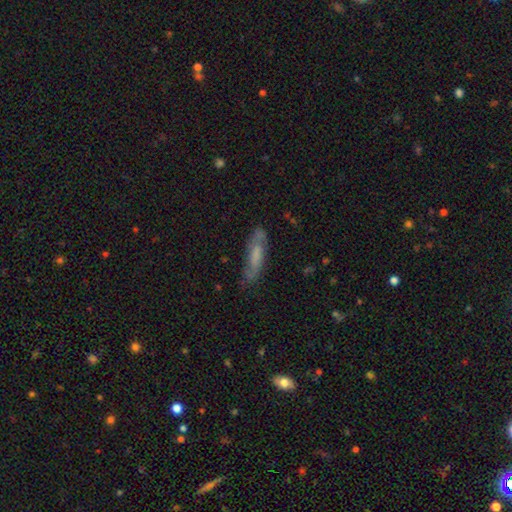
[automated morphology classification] Smooth or featured? featured or disk (47%)
Merging? none (70%)